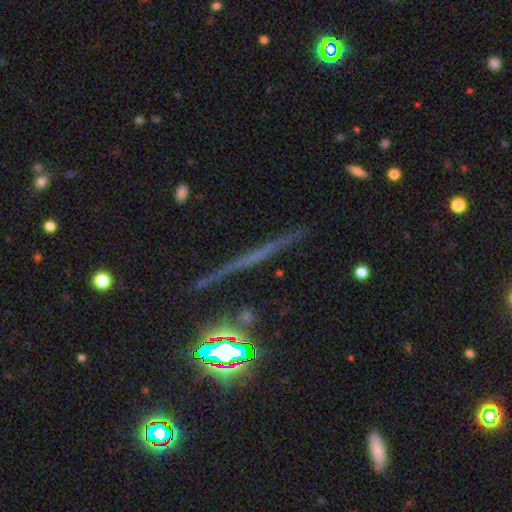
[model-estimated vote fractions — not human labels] smooth_or_featured: featured or disk (p=0.47) [alt: star or artifact p=0.30]
merging: none (p=0.89) [alt: minor disturbance p=0.07]